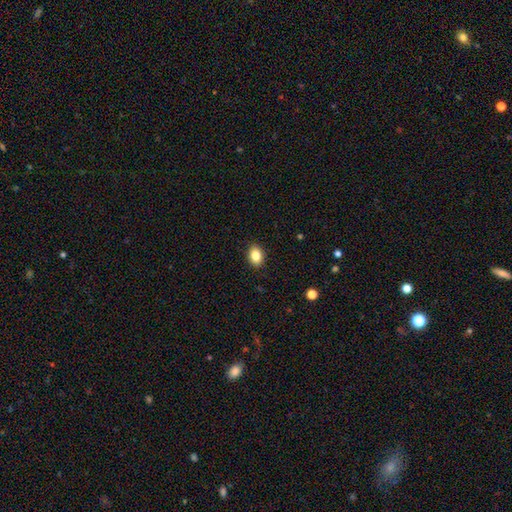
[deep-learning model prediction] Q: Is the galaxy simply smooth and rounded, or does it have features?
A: smooth — 85%.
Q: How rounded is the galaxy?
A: in between — 74%.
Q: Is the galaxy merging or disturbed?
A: none — 90%.